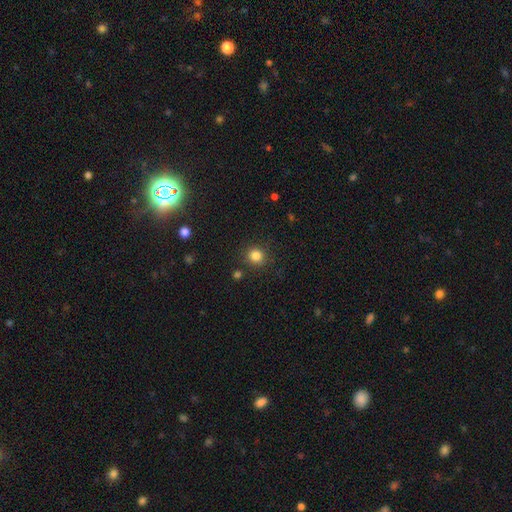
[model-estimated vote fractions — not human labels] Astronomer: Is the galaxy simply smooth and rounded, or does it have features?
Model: smooth — 84%.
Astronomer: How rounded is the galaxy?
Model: round — 90%.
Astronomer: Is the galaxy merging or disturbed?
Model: none — 86%.